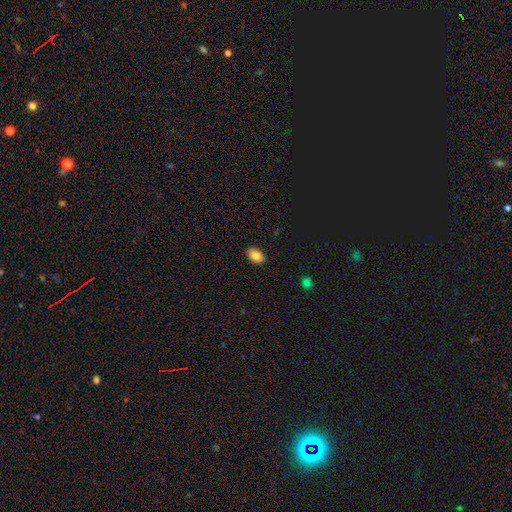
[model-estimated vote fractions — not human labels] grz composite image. It shows a smooth galaxy with no disk features (83%) that is in between round and cigar-shaped (86%). Merging: none (88%).